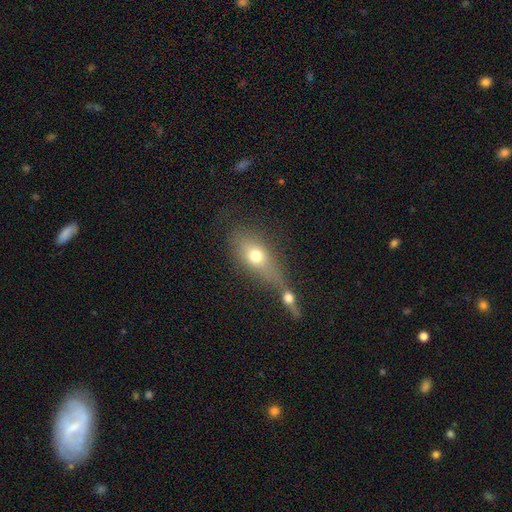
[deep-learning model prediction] Smooth or featured?
  - smooth: 58% *
  - featured or disk: 27%
  - star or artifact: 15%
How rounded?
  - in between: 67% *
  - cigar-shaped: 19%
  - round: 14%
Merging?
  - none: 46% *
  - merger: 26%
  - minor disturbance: 19%
  - major disturbance: 10%